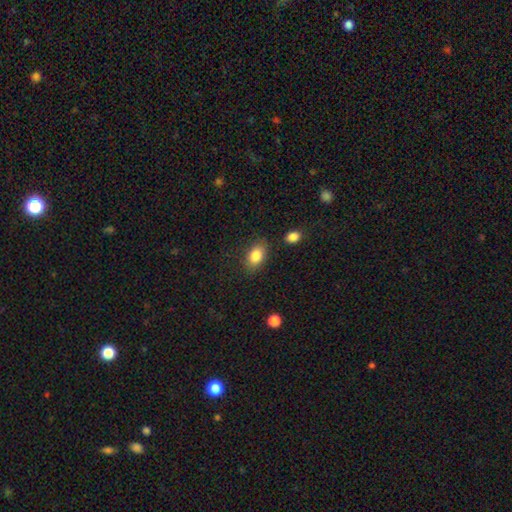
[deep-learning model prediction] This is clearly a smooth galaxy (84%). How rounded: clearly in between (85%). Merging: clearly none (82%).